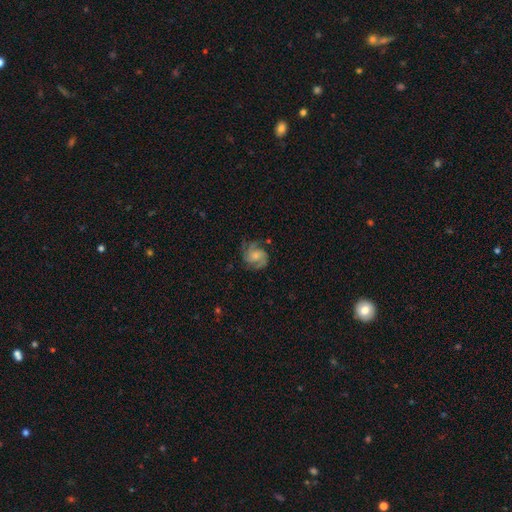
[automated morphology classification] smooth_or_featured: featured or disk (p=0.81) [alt: smooth p=0.12]
disk_edge_on: no (p=0.98) [alt: yes p=0.02]
bar: no (p=0.68) [alt: weak p=0.27]
has_spiral_arms: yes (p=0.97) [alt: no p=0.03]
spiral_winding: medium (p=0.47) [alt: tight p=0.41]
spiral_arm_count: 3 (p=0.45) [alt: 2 p=0.28]
bulge_size: small (p=0.52) [alt: moderate p=0.33]
merging: none (p=0.71) [alt: minor disturbance p=0.18]